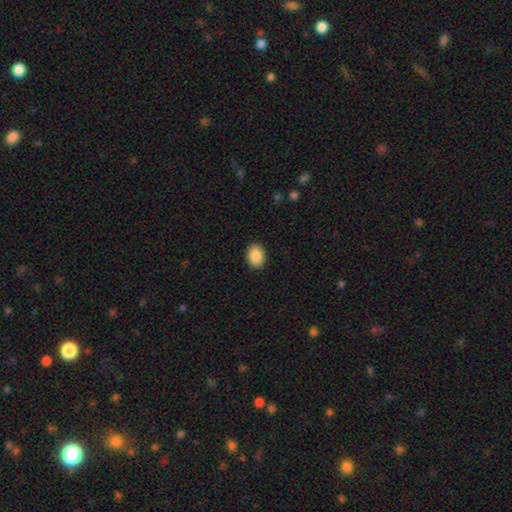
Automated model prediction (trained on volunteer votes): smooth 90%, star or artifact 7%, featured or disk 3%. Down the decision tree: how rounded — in between (72%); merging — none (90%).